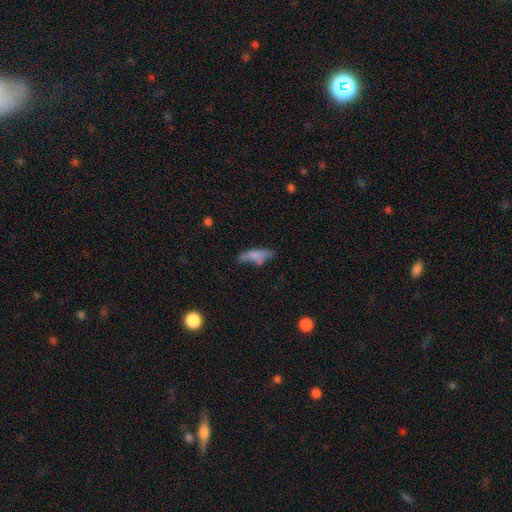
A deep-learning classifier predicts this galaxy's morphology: Overall: smooth (68%). How rounded: in between (52%; cigar-shaped 45%). Merging: none (41%; minor disturbance 28%).